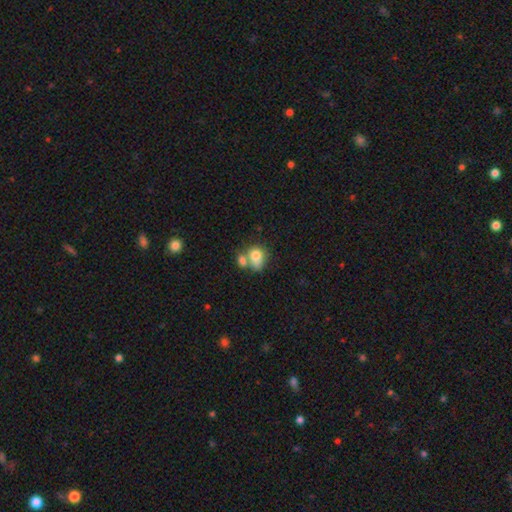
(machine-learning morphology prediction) Smooth or featured: smooth — 78% (featured or disk — 13%)
How rounded: in between — 51% (round — 47%)
Merging: merger — 49% (none — 32%)